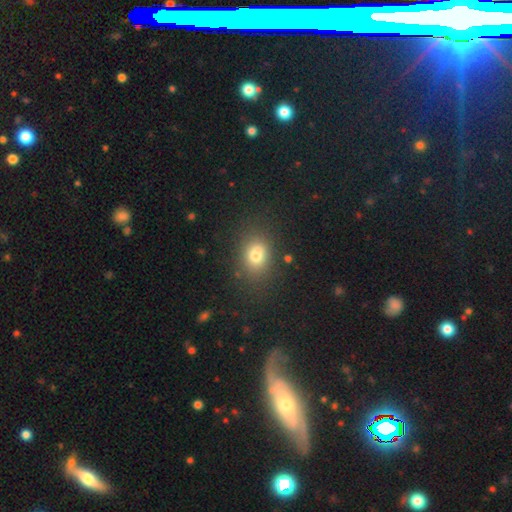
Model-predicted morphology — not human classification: This is likely a smooth galaxy (73%). How rounded: possibly in between (57%). Merging: likely none (70%).